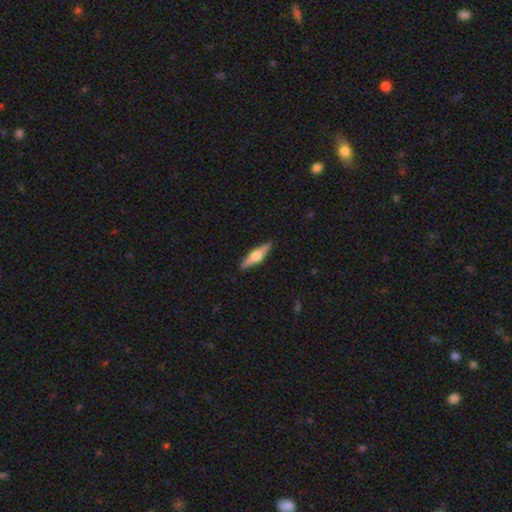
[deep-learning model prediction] smooth_or_featured: featured or disk (p=0.64) [alt: smooth p=0.30]
disk_edge_on: yes (p=0.97) [alt: no p=0.03]
edge_on_bulge: rounded (p=0.94) [alt: boxy p=0.04]
merging: none (p=0.91) [alt: minor disturbance p=0.06]